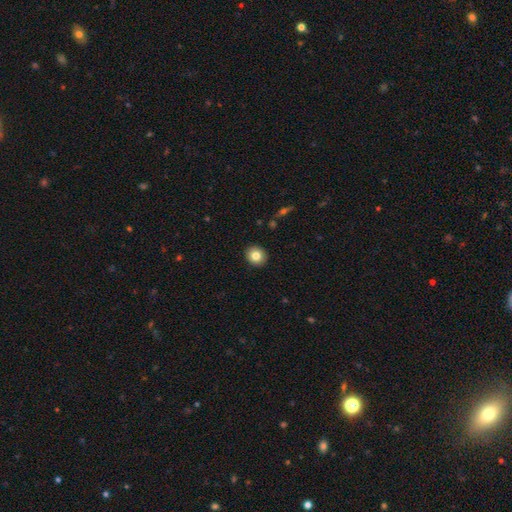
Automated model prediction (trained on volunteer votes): Overall: smooth (81%). How rounded: round (80%). Merging: none (92%).